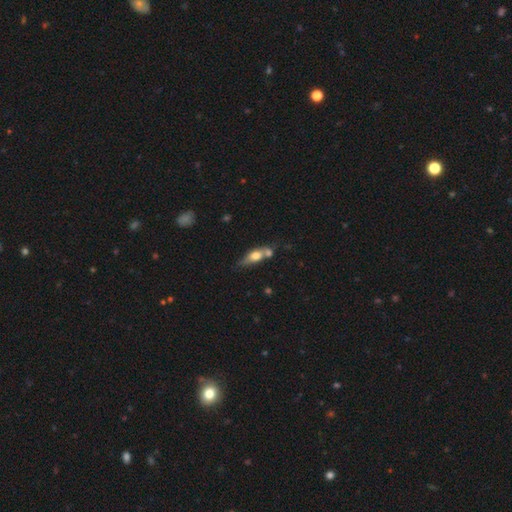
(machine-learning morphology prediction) Smooth or featured? smooth (58%)
How rounded? in between (59%)
Merging? none (41%)